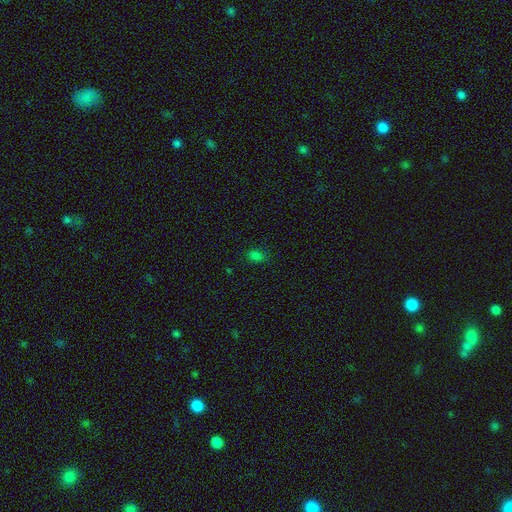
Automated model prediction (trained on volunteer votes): smooth-or-featured: smooth: 78% | star or artifact: 19% | featured or disk: 4%
  how-rounded: in between: 79% | round: 19% | cigar-shaped: 2%
  merging: none: 79% | minor disturbance: 15% | major disturbance: 4% | merger: 1%